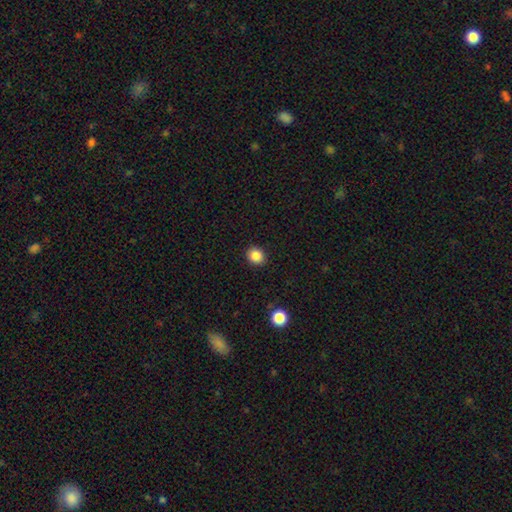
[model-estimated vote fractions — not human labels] Q: Smooth or featured?
A: smooth (86%); runner-up: star or artifact (10%)
Q: How rounded?
A: round (74%); runner-up: in between (25%)
Q: Merging?
A: none (91%); runner-up: minor disturbance (6%)